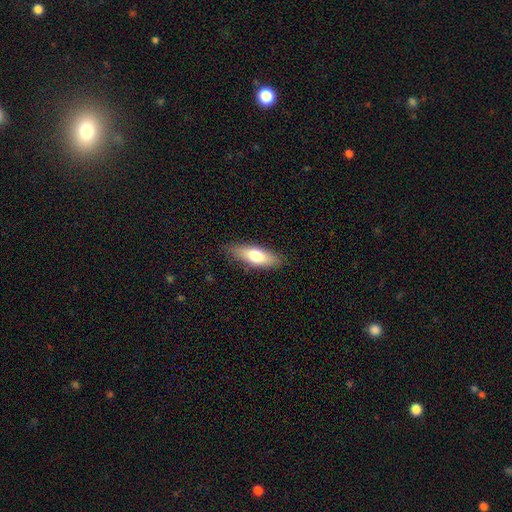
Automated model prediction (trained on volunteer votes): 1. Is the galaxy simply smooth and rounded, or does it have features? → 70% smooth, 24% featured or disk, 6% star or artifact.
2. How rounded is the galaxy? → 61% in between, 37% cigar-shaped, 2% round.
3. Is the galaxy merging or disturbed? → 84% none, 12% minor disturbance, 3% major disturbance, 1% merger.